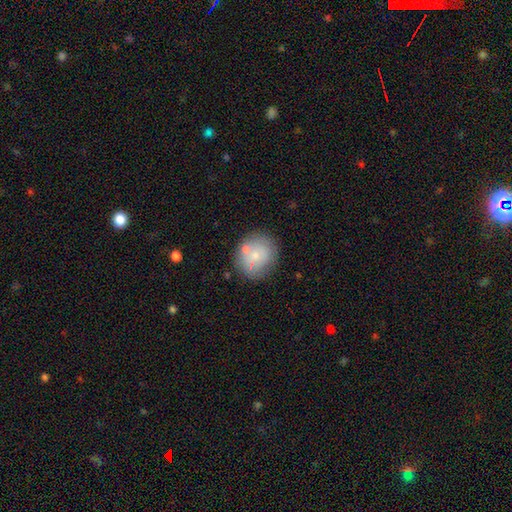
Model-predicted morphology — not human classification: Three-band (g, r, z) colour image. It shows a smooth galaxy with no disk features (68%) that is round (86%). Merging: none (67%).